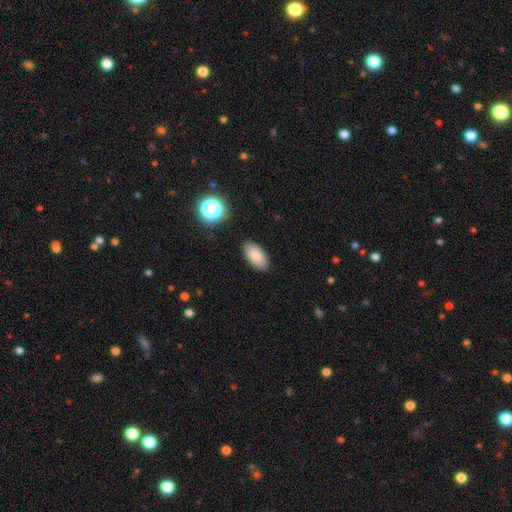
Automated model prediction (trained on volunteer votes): A smooth galaxy with no disk features (82%) that is in between round and cigar-shaped (93%).

Vote fractions:
- Smooth or featured? smooth: 82% / featured or disk: 10% / star or artifact: 8%
- How rounded? in between: 93% / round: 3% / cigar-shaped: 3%
- Merging? none: 87% / minor disturbance: 9% / major disturbance: 2% / merger: 1%